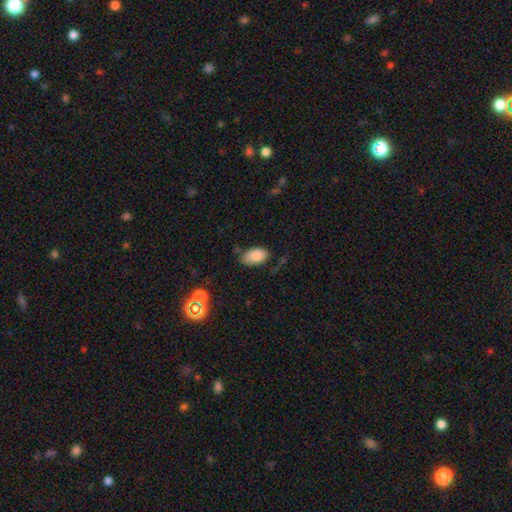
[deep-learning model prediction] Smooth or featured: smooth — 86% (star or artifact — 8%)
How rounded: in between — 94% (round — 4%)
Merging: none — 64% (minor disturbance — 25%)